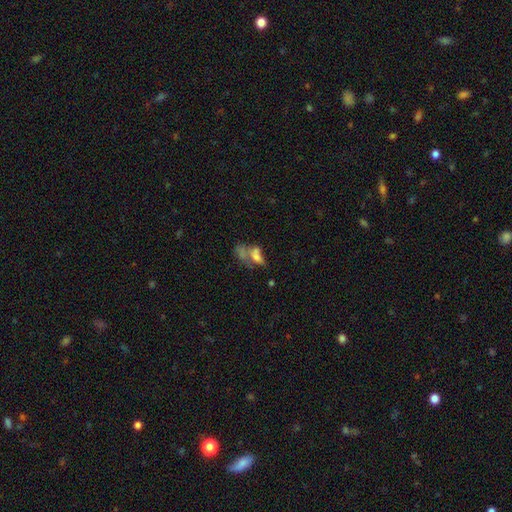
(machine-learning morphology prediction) smooth 53%, featured or disk 31%, star or artifact 16%. Down the decision tree: how rounded — in between (75%); merging — merger (51%).